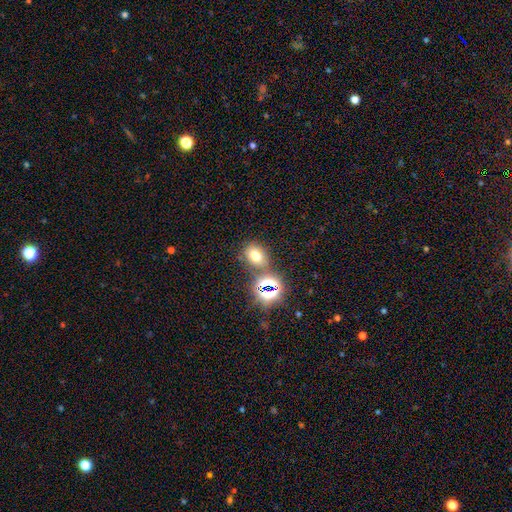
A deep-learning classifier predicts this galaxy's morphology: Q: Smooth or featured?
A: smooth (64%); runner-up: star or artifact (25%)
Q: How rounded?
A: in between (57%); runner-up: round (42%)
Q: Merging?
A: none (67%); runner-up: merger (18%)